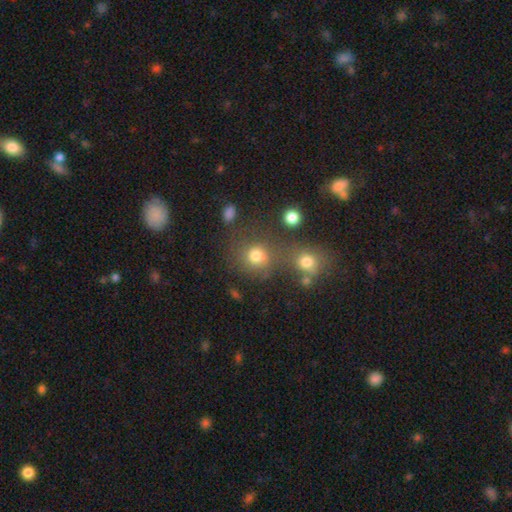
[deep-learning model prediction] This appears to be a smooth galaxy with no disk features (74%) that is round (84%). Merging: none (58%).